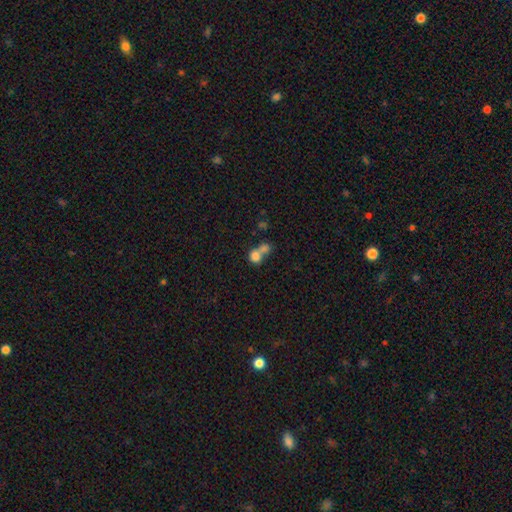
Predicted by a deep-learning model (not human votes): The model was most divided on "how rounded": round: 69%, in between: 30%, cigar-shaped: 1%. More confident: smooth or featured — smooth (76%); merging — merger (66%).